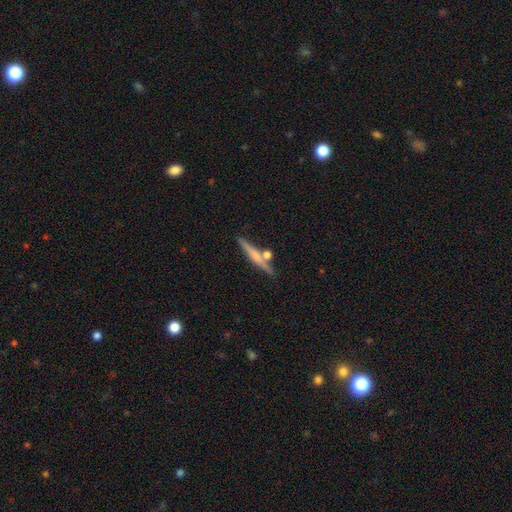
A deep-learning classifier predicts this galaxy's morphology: smooth-or-featured: featured or disk: 49% | smooth: 44% | star or artifact: 7%
  merging: none: 72% | merger: 14% | minor disturbance: 11% | major disturbance: 3%